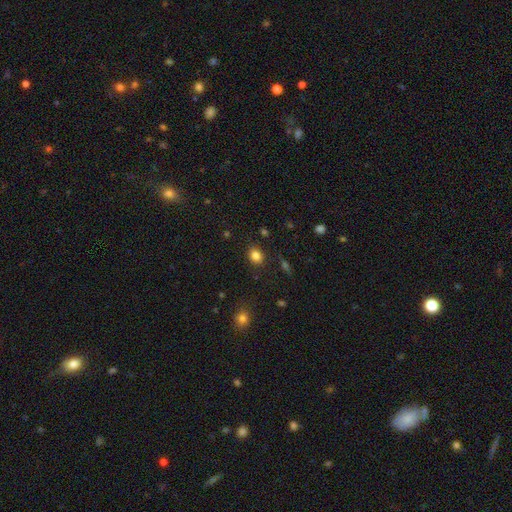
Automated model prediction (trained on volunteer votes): Q: Smooth or featured?
A: smooth (82%); runner-up: star or artifact (12%)
Q: How rounded?
A: round (58%); runner-up: in between (41%)
Q: Merging?
A: none (86%); runner-up: minor disturbance (10%)